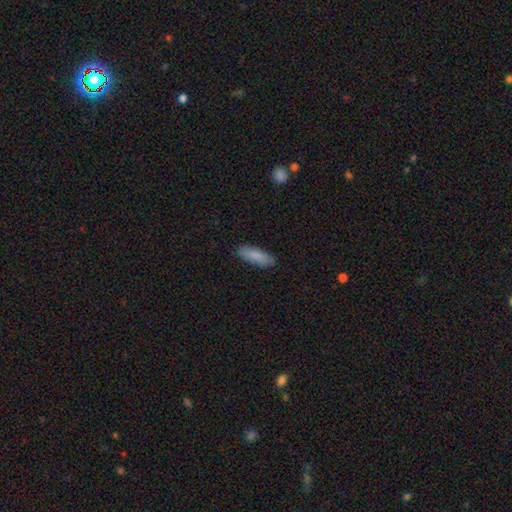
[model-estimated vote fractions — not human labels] Overall: smooth (86%). How rounded: in between (55%; cigar-shaped 44%). Merging: none (87%).